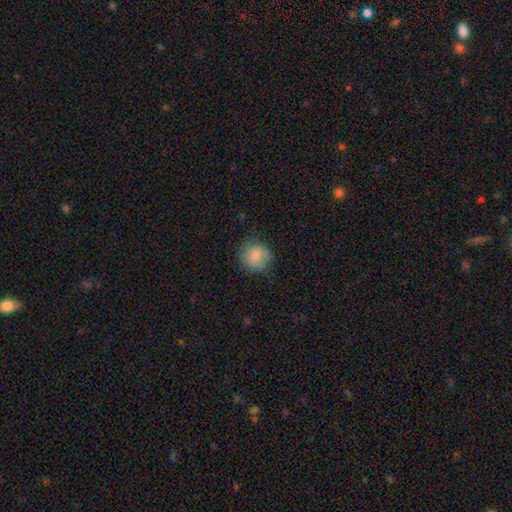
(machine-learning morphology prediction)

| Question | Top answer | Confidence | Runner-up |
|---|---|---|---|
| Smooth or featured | smooth | 84% | featured or disk (8%) |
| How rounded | round | 89% | in between (10%) |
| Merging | none | 73% | minor disturbance (20%) |